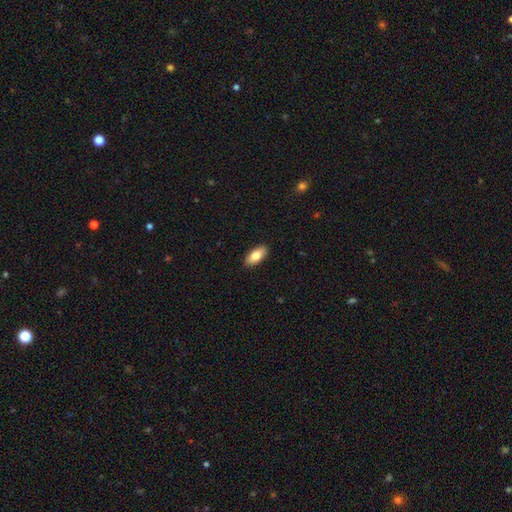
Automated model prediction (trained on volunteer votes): Overall: smooth (80%). How rounded: in between (88%). Merging: none (90%).